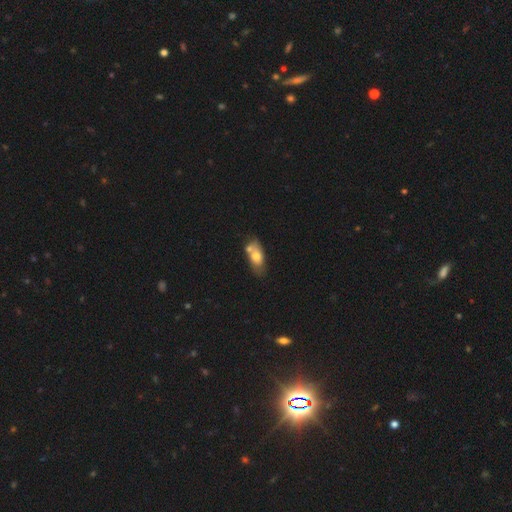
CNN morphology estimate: Smooth or featured? Predicted: smooth (p=0.66). How rounded? Predicted: in between (p=0.84). Merging? Predicted: none (p=0.43).